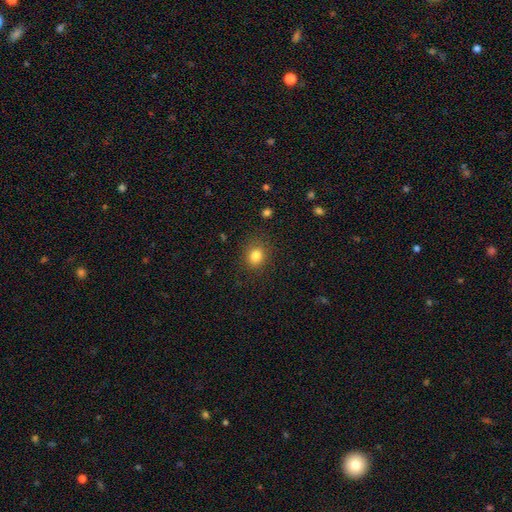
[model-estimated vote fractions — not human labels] Smooth or featured?
  - smooth: 83% *
  - star or artifact: 12%
  - featured or disk: 6%
How rounded?
  - round: 67% *
  - in between: 32%
  - cigar-shaped: 1%
Merging?
  - none: 84% *
  - minor disturbance: 11%
  - major disturbance: 4%
  - merger: 1%